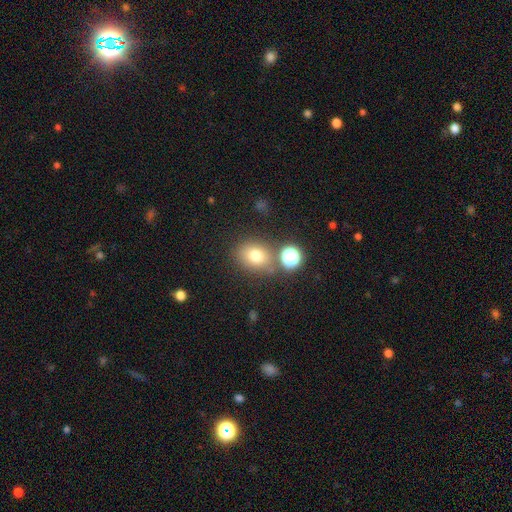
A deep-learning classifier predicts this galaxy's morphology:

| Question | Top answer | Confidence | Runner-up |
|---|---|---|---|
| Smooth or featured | smooth | 75% | star or artifact (15%) |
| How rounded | round | 55% | in between (43%) |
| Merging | none | 72% | minor disturbance (12%) |